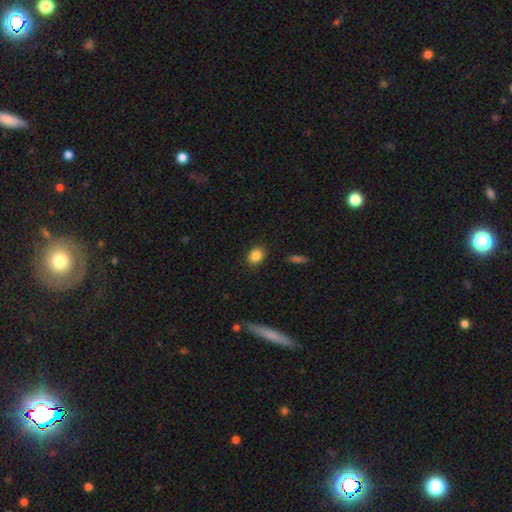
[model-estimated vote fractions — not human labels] Smooth or featured? Predicted: smooth (p=0.86). How rounded? Predicted: round (p=0.55). Merging? Predicted: none (p=0.88).